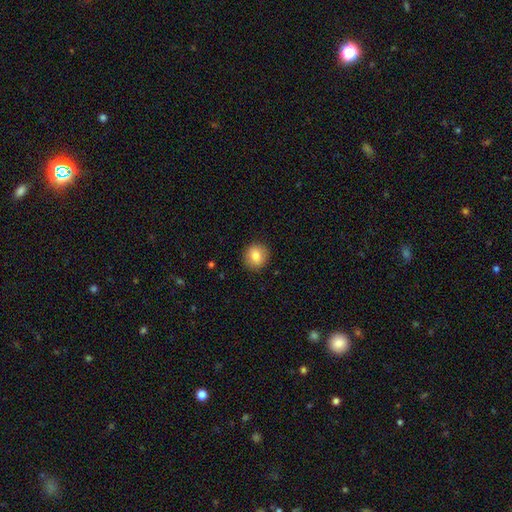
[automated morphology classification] Overall: smooth (82%). How rounded: round (90%). Merging: none (91%).